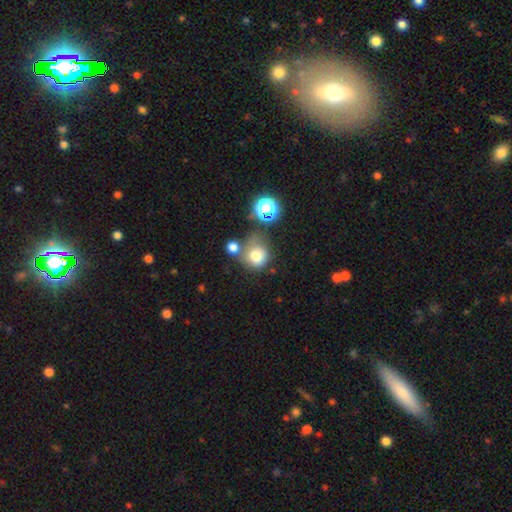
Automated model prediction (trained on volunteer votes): Overall: smooth (72%). How rounded: round (82%). Merging: none (47%; merger 25%).